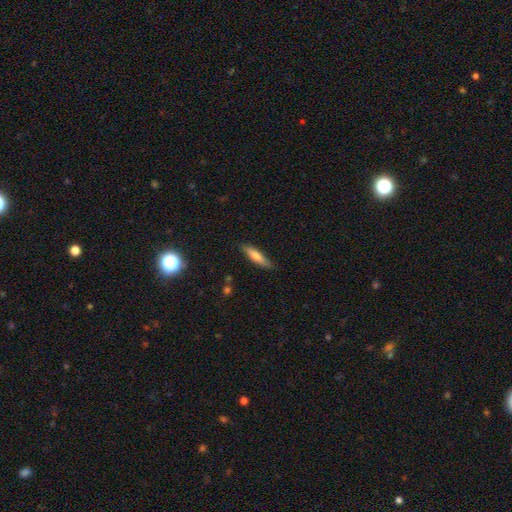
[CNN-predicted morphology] The model was most divided on "smooth or featured": smooth: 66%, featured or disk: 27%, star or artifact: 7%. More confident: merging — none (83%); how rounded — cigar-shaped (78%).